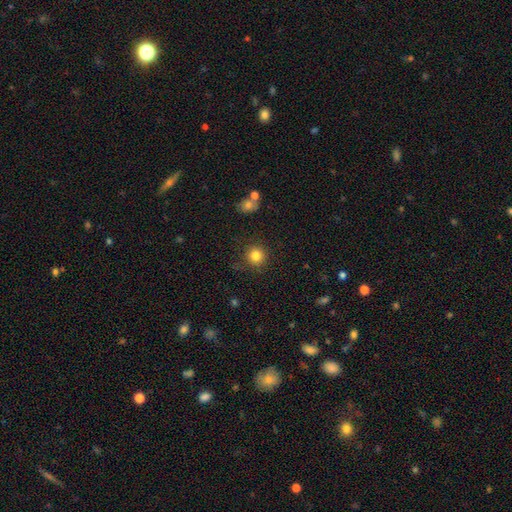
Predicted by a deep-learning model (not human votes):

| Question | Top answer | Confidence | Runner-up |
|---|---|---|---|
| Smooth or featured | smooth | 83% | star or artifact (12%) |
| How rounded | round | 94% | in between (5%) |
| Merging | none | 87% | minor disturbance (8%) |